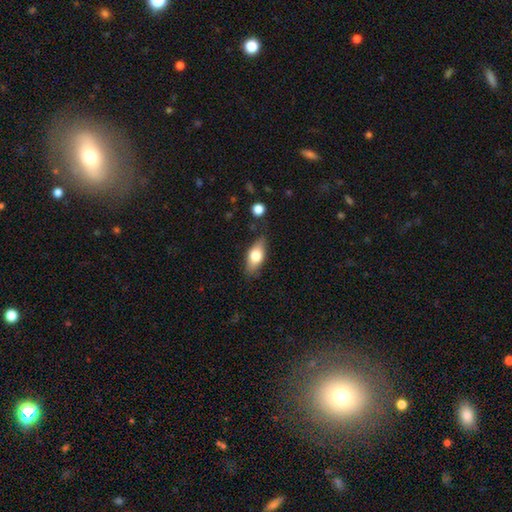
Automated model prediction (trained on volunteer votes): Smooth or featured? smooth (70%)
How rounded? in between (82%)
Merging? none (76%)